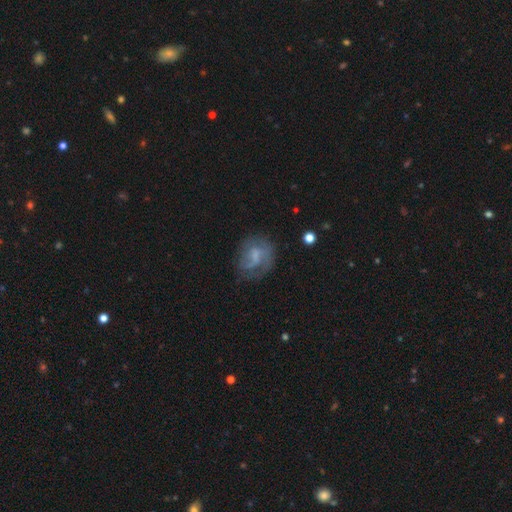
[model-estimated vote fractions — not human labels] Q: Smooth or featured?
A: featured or disk (55%); runner-up: smooth (36%)
Q: Edge-on disk?
A: no (97%); runner-up: yes (3%)
Q: Bar?
A: no (45%); runner-up: weak (43%)
Q: Spiral arms?
A: yes (68%); runner-up: no (32%)
Q: Bulge size?
A: none (43%); runner-up: small (26%)
Q: Merging?
A: none (51%); runner-up: minor disturbance (23%)